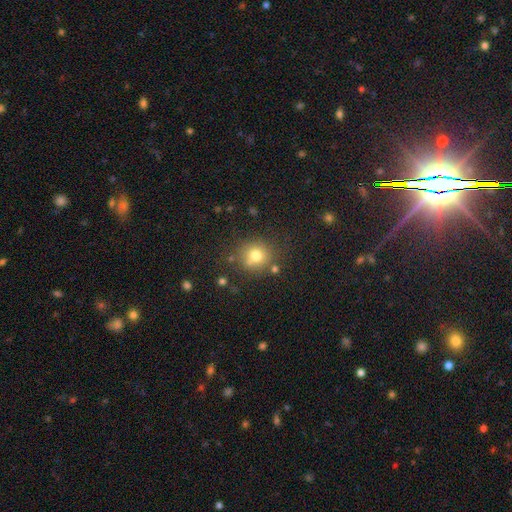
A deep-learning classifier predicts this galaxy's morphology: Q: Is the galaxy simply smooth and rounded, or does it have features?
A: smooth — 75%.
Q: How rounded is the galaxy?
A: round — 88%.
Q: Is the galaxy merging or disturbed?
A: none — 74%.